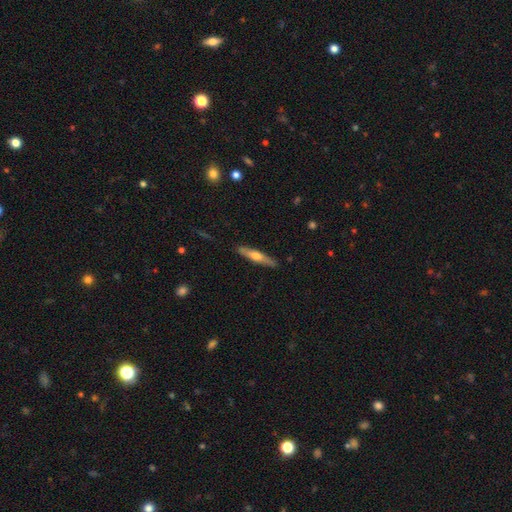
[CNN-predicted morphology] Smooth or featured: featured or disk — 50% (smooth — 44%)
Edge-on disk: yes — 93% (no — 7%)
Merging: none — 89% (minor disturbance — 8%)